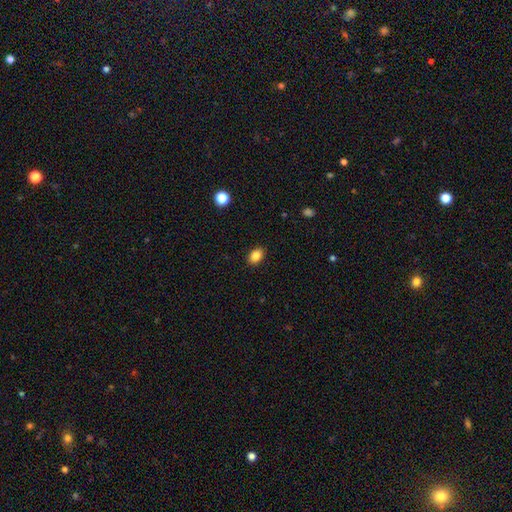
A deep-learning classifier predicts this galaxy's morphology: A smooth galaxy with no disk features (85%) that is in between round and cigar-shaped (75%). Merging: none (88%).